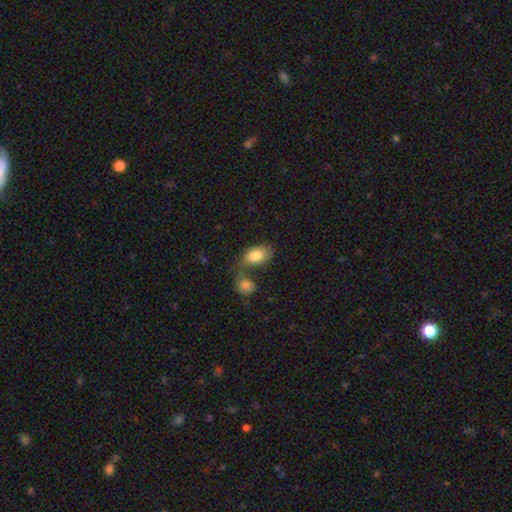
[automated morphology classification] Smooth or featured? smooth (83%)
How rounded? in between (86%)
Merging? none (46%)